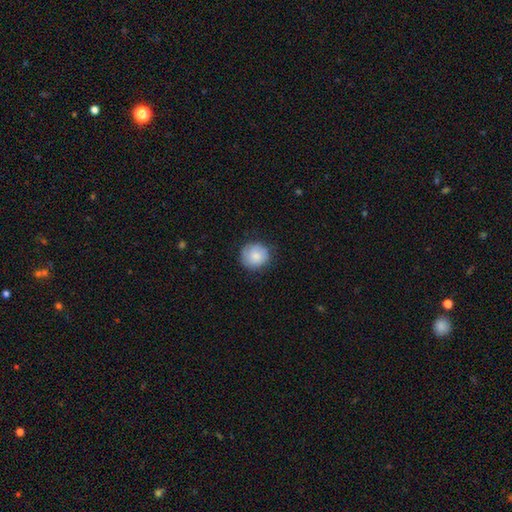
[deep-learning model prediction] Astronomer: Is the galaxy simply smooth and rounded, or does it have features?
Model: smooth — 77%.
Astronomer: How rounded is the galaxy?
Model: round — 88%.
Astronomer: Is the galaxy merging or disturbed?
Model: none — 78%.